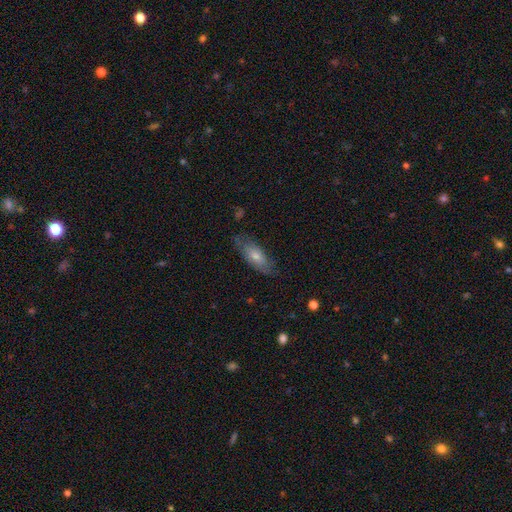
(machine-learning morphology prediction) Q: Smooth or featured?
A: smooth (61%); runner-up: featured or disk (33%)
Q: How rounded?
A: in between (74%); runner-up: cigar-shaped (23%)
Q: Merging?
A: none (71%); runner-up: minor disturbance (22%)